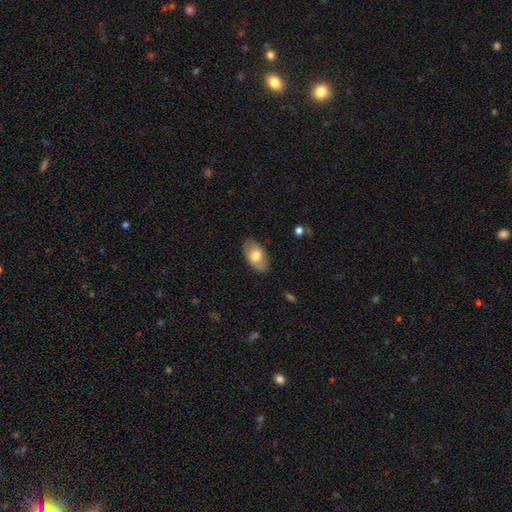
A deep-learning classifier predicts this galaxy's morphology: The model was most divided on "smooth or featured": smooth: 72%, featured or disk: 21%, star or artifact: 6%. More confident: how rounded — in between (94%); merging — none (82%).